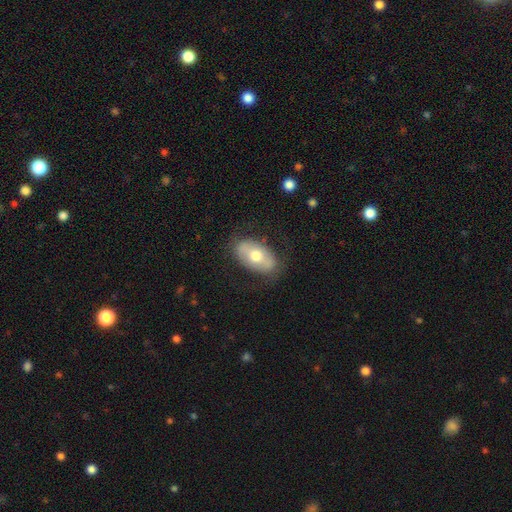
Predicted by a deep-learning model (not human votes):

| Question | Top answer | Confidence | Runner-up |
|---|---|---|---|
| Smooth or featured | smooth | 58% | featured or disk (35%) |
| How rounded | in between | 92% | round (7%) |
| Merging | none | 79% | minor disturbance (15%) |